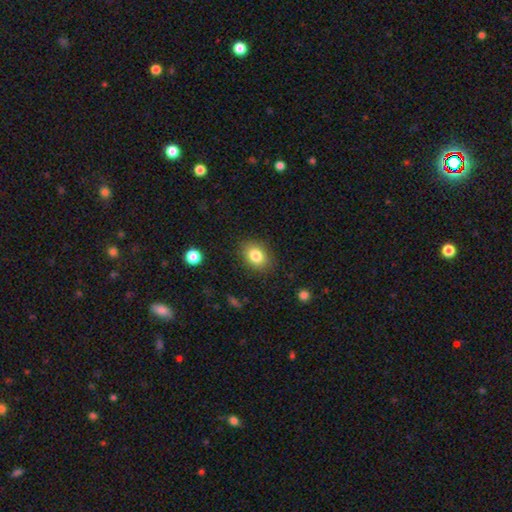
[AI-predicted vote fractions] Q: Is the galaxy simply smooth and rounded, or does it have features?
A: smooth — 83%.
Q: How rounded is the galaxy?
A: in between — 67%.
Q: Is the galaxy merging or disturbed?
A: none — 85%.